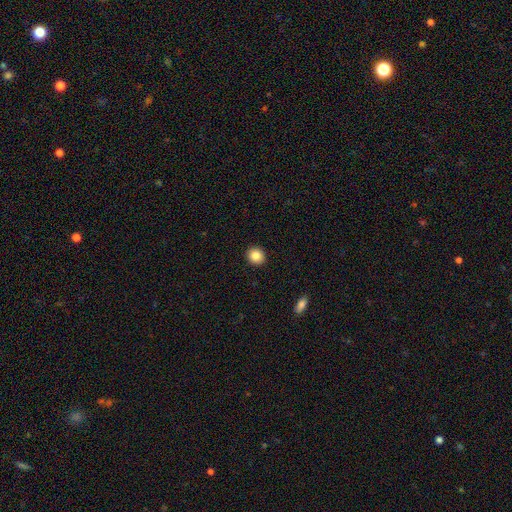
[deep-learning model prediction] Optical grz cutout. It shows a smooth galaxy with no disk features (85%) that is round (83%). Merging: none (92%).